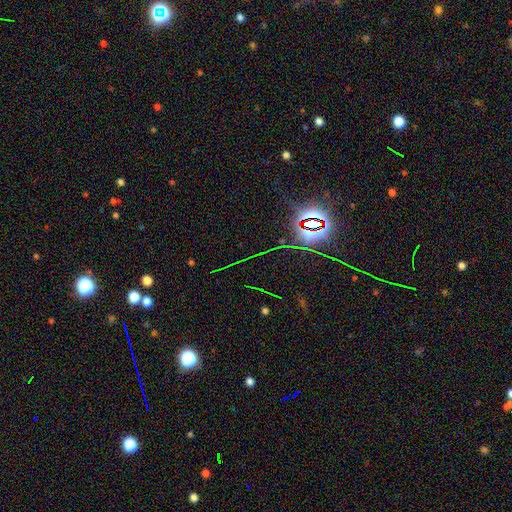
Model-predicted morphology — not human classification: star or artifact 83%, smooth 9%, featured or disk 8%.